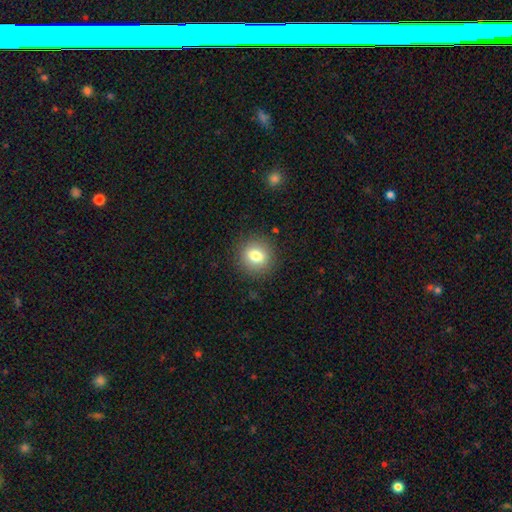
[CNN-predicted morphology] Smooth or featured? Predicted: smooth (p=0.78). How rounded? Predicted: round (p=0.81). Merging? Predicted: none (p=0.88).